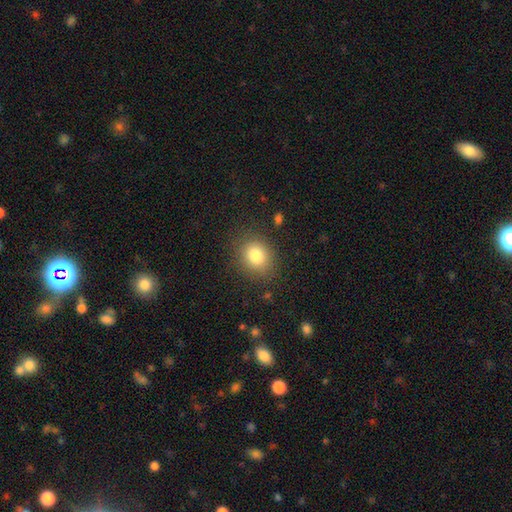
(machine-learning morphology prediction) Smooth or featured: smooth — 82% (star or artifact — 10%)
How rounded: round — 60% (in between — 39%)
Merging: none — 84% (minor disturbance — 11%)